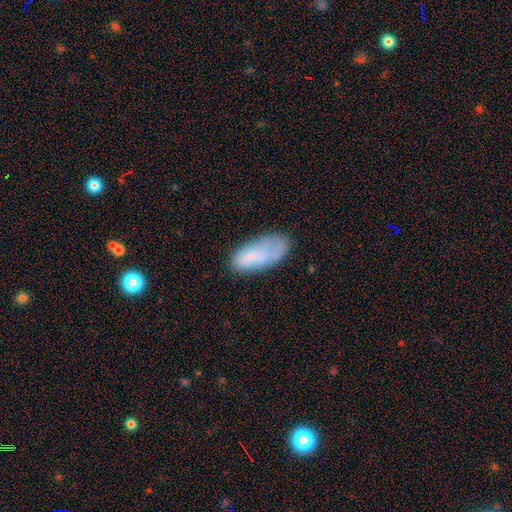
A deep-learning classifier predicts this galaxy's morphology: Q: Smooth or featured?
A: smooth (70%); runner-up: featured or disk (22%)
Q: How rounded?
A: in between (87%); runner-up: cigar-shaped (11%)
Q: Merging?
A: none (52%); runner-up: minor disturbance (29%)